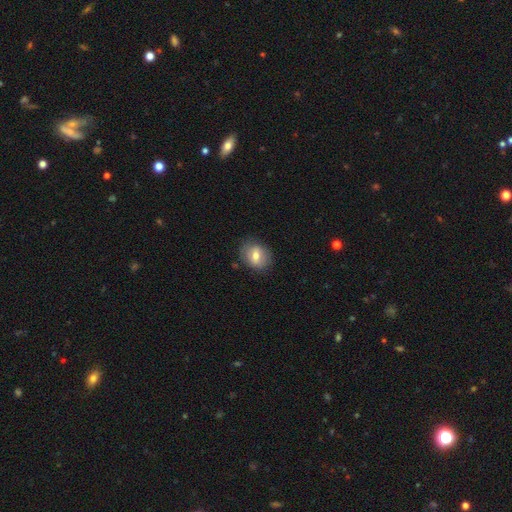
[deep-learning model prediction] A smooth galaxy with no disk features (63%) that is in between round and cigar-shaped (53%). Merging: none (81%).